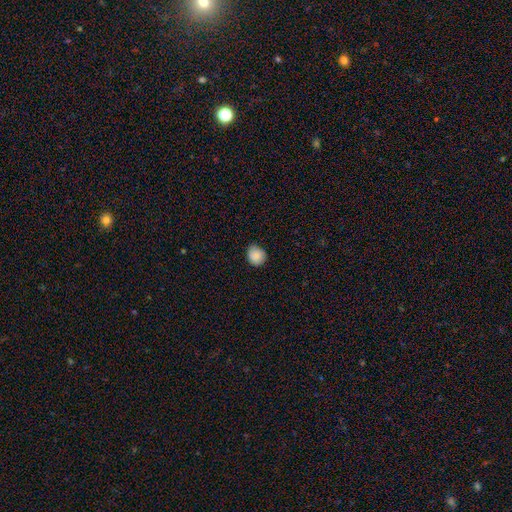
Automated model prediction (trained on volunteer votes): This is clearly a smooth galaxy (87%). How rounded: likely round (74%). Merging: likely none (72%).